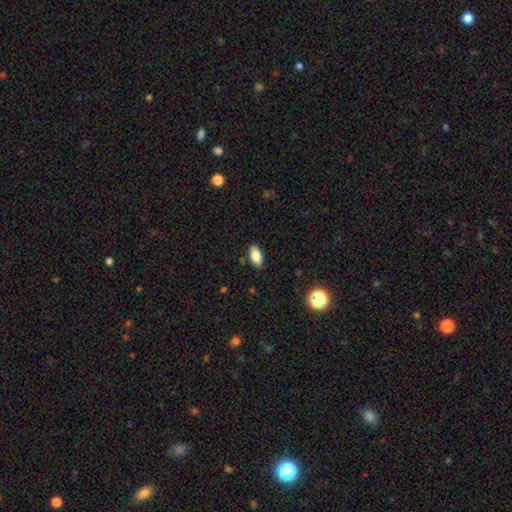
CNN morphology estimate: A smooth galaxy with no disk features (80%) that is in between round and cigar-shaped (89%). Merging: none (87%).